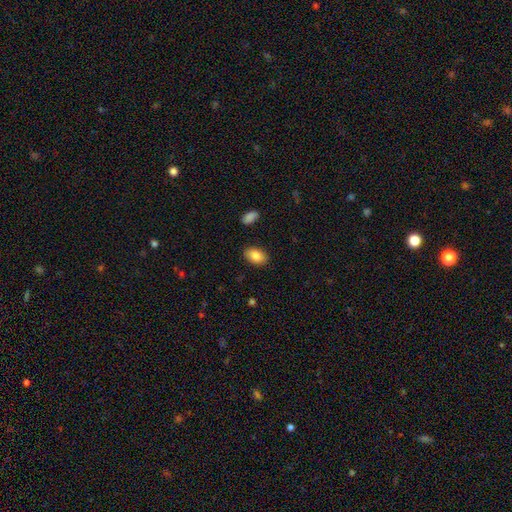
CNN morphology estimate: Smooth or featured?
  - smooth: 86% *
  - star or artifact: 7%
  - featured or disk: 7%
How rounded?
  - in between: 90% *
  - round: 8%
  - cigar-shaped: 1%
Merging?
  - none: 87% *
  - minor disturbance: 9%
  - major disturbance: 2%
  - merger: 1%